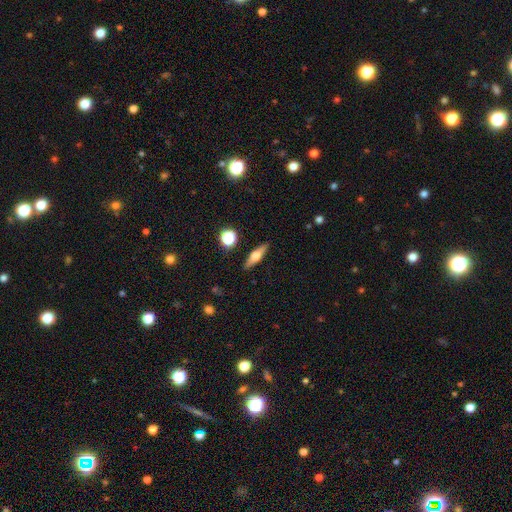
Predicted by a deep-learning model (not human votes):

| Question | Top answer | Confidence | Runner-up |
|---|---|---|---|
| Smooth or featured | featured or disk | 49% | smooth (43%) |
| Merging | none | 89% | minor disturbance (8%) |